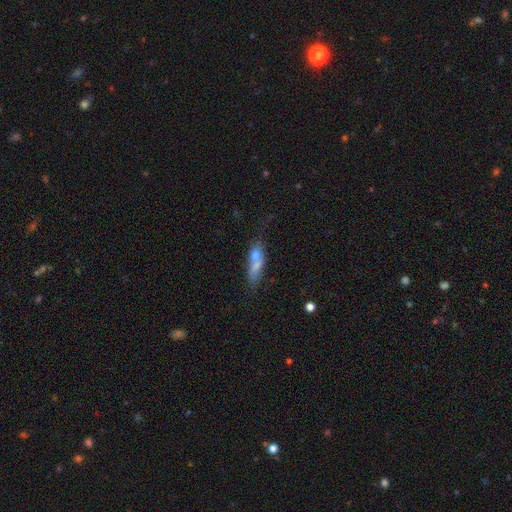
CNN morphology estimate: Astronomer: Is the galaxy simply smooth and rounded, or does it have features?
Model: smooth — 49% (runner-up: featured or disk, 36%).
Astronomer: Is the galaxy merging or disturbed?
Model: none — 40% (runner-up: merger, 31%).